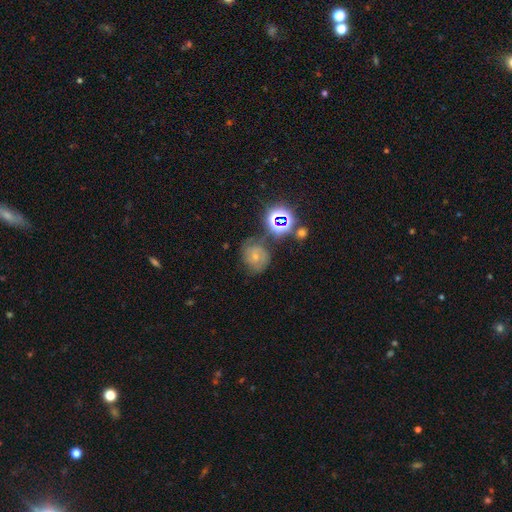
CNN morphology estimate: smooth_or_featured: featured or disk (p=0.48) [alt: smooth p=0.30]
merging: none (p=0.62) [alt: minor disturbance p=0.21]